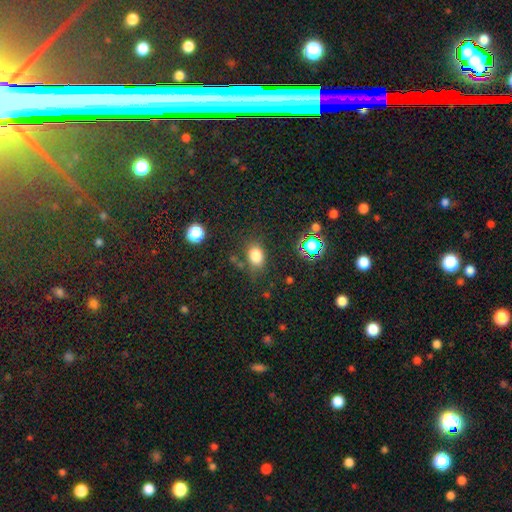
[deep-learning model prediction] Smooth or featured? Predicted: smooth (p=0.80). How rounded? Predicted: in between (p=0.74). Merging? Predicted: none (p=0.74).